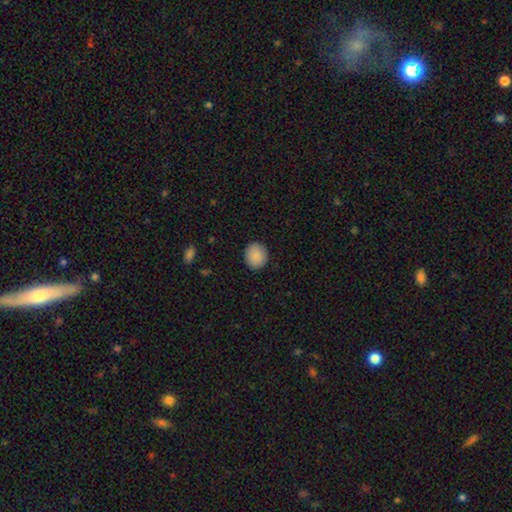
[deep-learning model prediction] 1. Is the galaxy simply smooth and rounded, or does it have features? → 89% smooth, 7% star or artifact, 4% featured or disk.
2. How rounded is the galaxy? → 76% round, 23% in between, 1% cigar-shaped.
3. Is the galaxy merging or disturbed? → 89% none, 8% minor disturbance, 2% major disturbance, 1% merger.